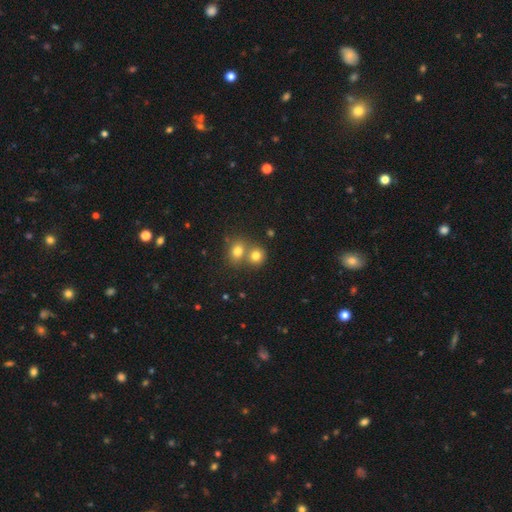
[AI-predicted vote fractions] Smooth or featured? Predicted: smooth (p=0.77). How rounded? Predicted: round (p=0.79). Merging? Predicted: merger (p=0.45, tied with none).